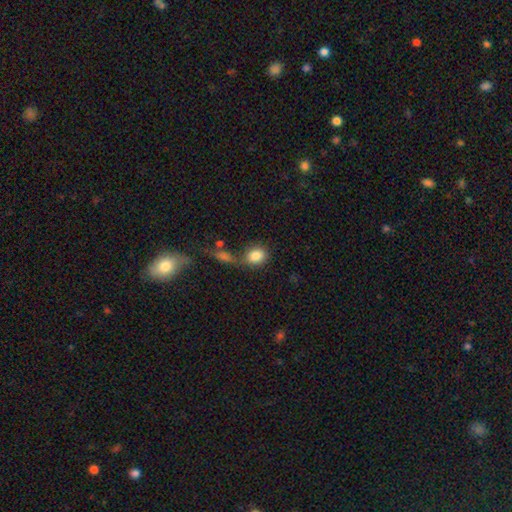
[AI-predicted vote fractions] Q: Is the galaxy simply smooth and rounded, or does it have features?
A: smooth — 85%.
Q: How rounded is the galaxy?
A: round — 53%.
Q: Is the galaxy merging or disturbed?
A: none — 56%.